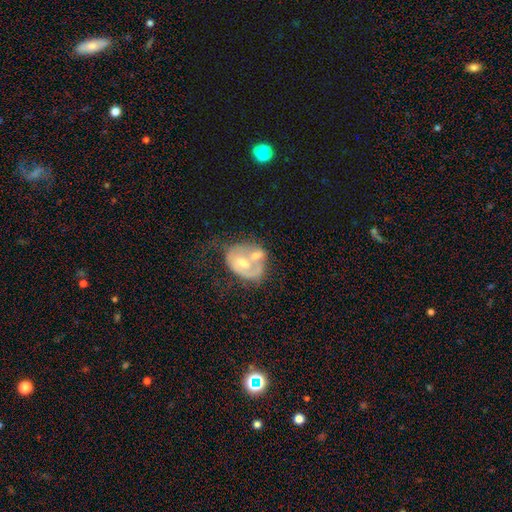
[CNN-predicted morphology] Smooth or featured? Predicted: featured or disk (p=0.55). Edge-on disk? Predicted: no (p=0.96). Bar? Predicted: no (p=0.78). Spiral arms? Predicted: no (p=0.68). Bulge size? Predicted: moderate (p=0.69). Merging? Predicted: merger (p=0.64).